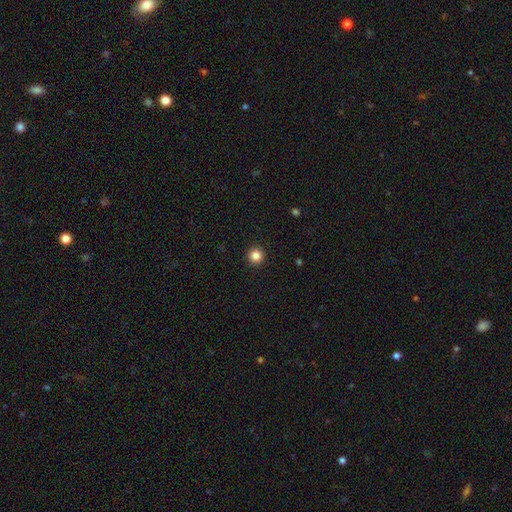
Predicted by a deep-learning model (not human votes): Smooth or featured? smooth (84%)
How rounded? round (96%)
Merging? none (93%)